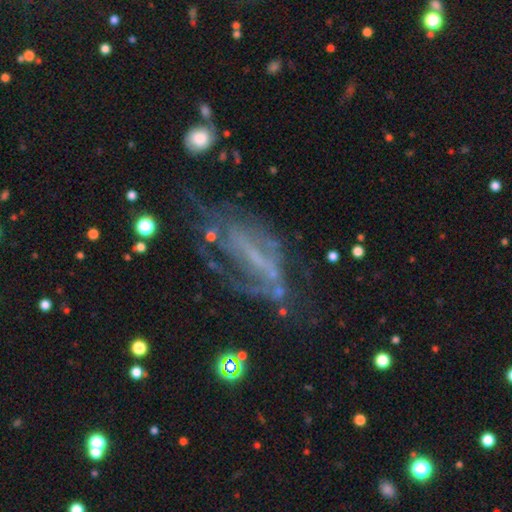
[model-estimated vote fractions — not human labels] Q: Smooth or featured?
A: featured or disk (68%); runner-up: star or artifact (17%)
Q: Edge-on disk?
A: no (85%); runner-up: yes (15%)
Q: Bar?
A: strong (42%); runner-up: no (29%)
Q: Spiral arms?
A: yes (61%); runner-up: no (39%)
Q: Bulge size?
A: none (54%); runner-up: small (30%)
Q: Merging?
A: none (39%); runner-up: major disturbance (34%)